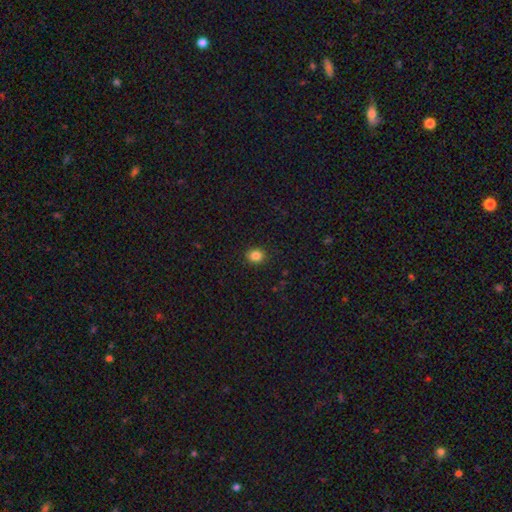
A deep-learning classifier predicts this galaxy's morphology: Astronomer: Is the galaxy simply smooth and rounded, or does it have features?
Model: smooth — 85%.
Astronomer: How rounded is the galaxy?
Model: round — 71%.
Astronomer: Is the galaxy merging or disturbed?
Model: none — 90%.